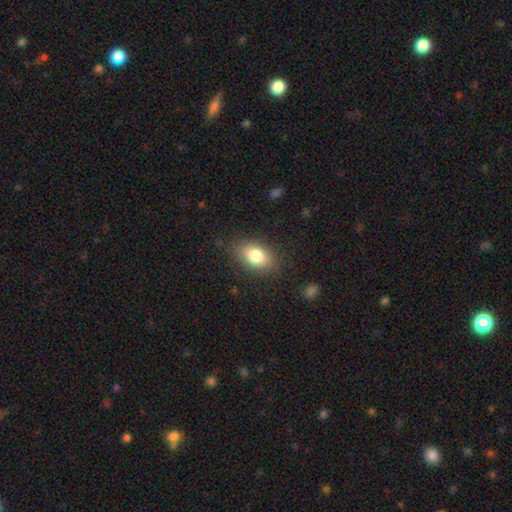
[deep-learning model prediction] Smooth or featured? Predicted: smooth (p=0.81). How rounded? Predicted: in between (p=0.89). Merging? Predicted: none (p=0.84).